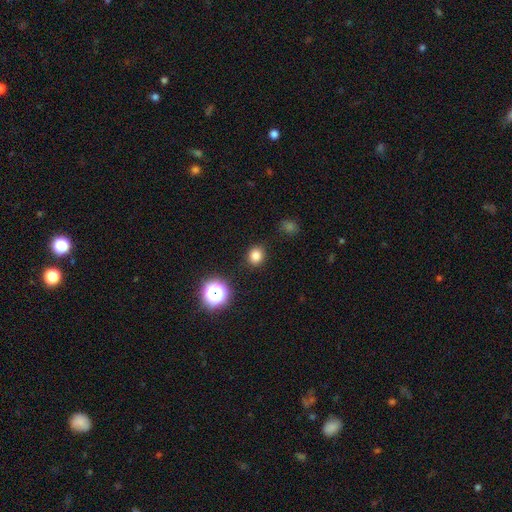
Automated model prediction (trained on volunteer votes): A smooth galaxy with no disk features (81%) that is round (84%).

Vote fractions:
- Smooth or featured? smooth: 81% / star or artifact: 14% / featured or disk: 4%
- How rounded? round: 84% / in between: 15% / cigar-shaped: 1%
- Merging? none: 89% / minor disturbance: 7% / major disturbance: 2% / merger: 1%